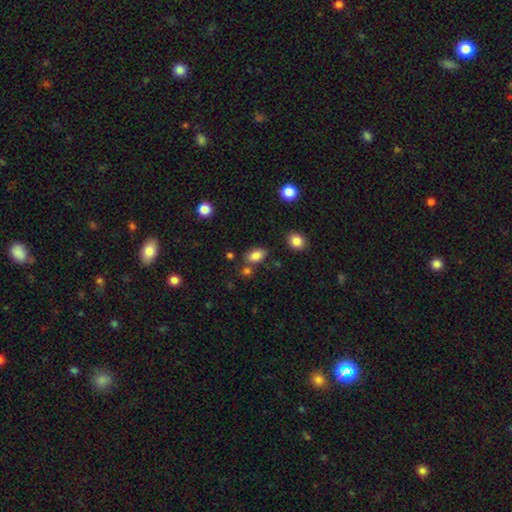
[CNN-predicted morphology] Q: Smooth or featured?
A: smooth (84%); runner-up: star or artifact (10%)
Q: How rounded?
A: in between (85%); runner-up: round (13%)
Q: Merging?
A: none (72%); runner-up: minor disturbance (14%)